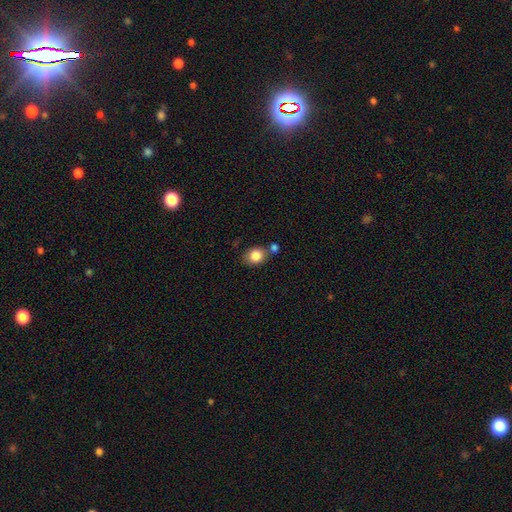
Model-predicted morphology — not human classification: smooth 85%, star or artifact 9%, featured or disk 6%. Down the decision tree: how rounded — round (59%); merging — none (60%).